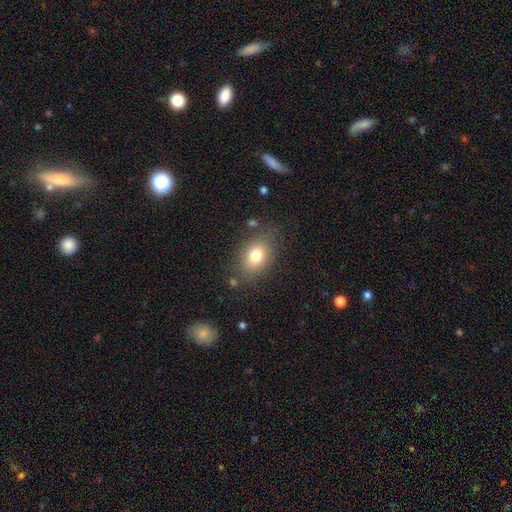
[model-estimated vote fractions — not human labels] Morphology: type=smooth (78%); roundness=in between (75%); merging=none (79%).